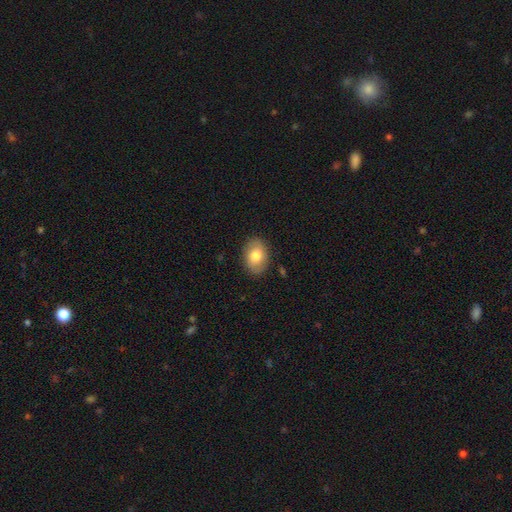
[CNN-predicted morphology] Overall: smooth (74%). How rounded: in between (77%). Merging: none (86%).